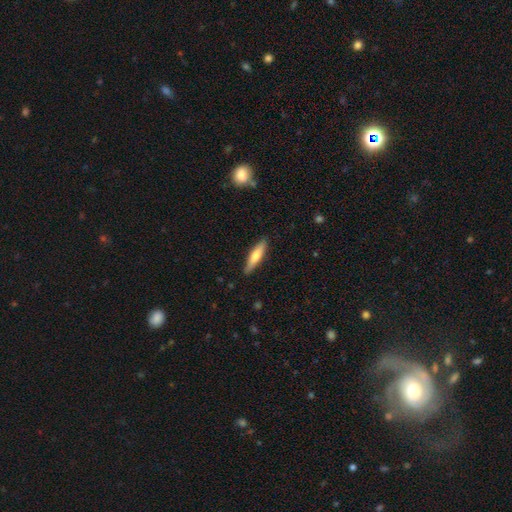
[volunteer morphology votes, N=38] A smooth galaxy with no disk features (66%) that is cigar-shaped (92%).

Vote fractions:
- Smooth or featured? smooth: 66% / featured or disk: 26% / star or artifact: 8%
- How rounded? cigar-shaped: 92% / in between: 8% / round: 0%
- Merging? none: 83% / minor disturbance: 17% / major disturbance: 0% / merger: 0%